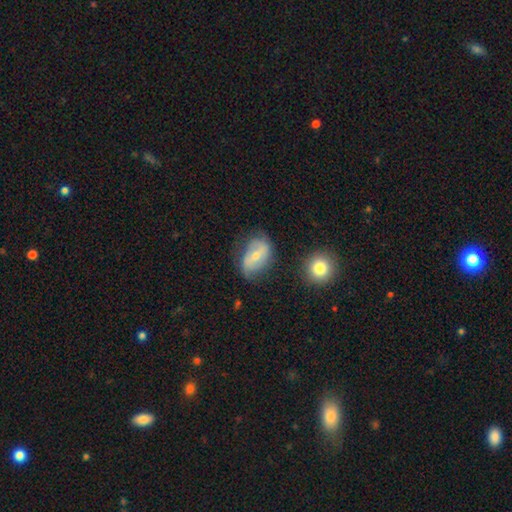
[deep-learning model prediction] A featured or disk galaxy (58%) with a weak bar (40%), spiral arms (69%) and a small central bulge (52%).

Vote fractions:
- Smooth or featured? featured or disk: 58% / smooth: 35% / star or artifact: 7%
- Edge-on disk? no: 94% / yes: 6%
- Bar? weak: 40% / strong: 36% / no: 24%
- Spiral arms? yes: 69% / no: 31%
- Bulge size? small: 52% / moderate: 44% / large: 2% / none: 1% / dominant: 1%
- Merging? none: 62% / minor disturbance: 25% / major disturbance: 9% / merger: 3%